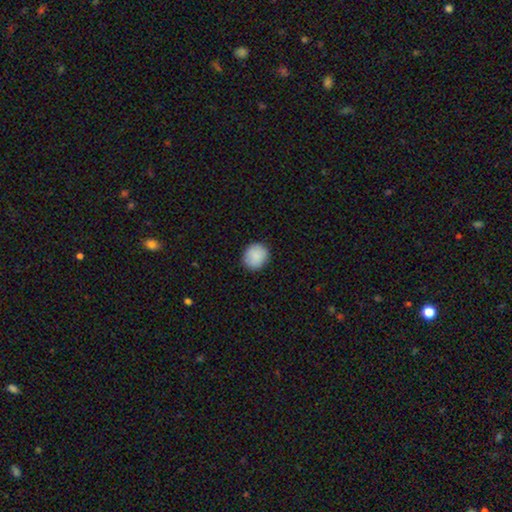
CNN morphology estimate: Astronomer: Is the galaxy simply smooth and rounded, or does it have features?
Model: smooth — 89%.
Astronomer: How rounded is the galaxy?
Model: round — 84%.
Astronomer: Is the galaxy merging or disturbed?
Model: none — 89%.